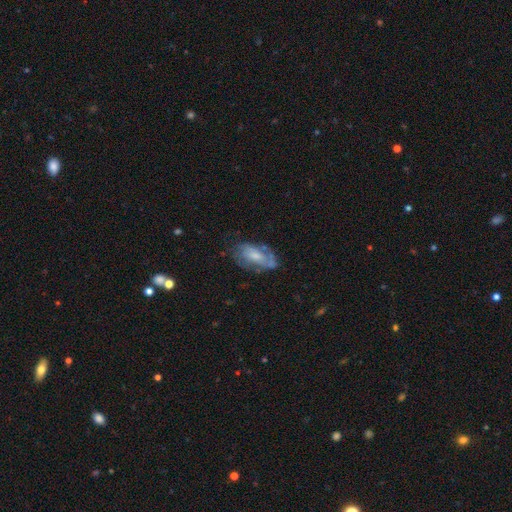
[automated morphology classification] Overall: featured or disk (54%; smooth 38%). Edge-on disk: no (92%). Merging: none (55%; minor disturbance 27%).